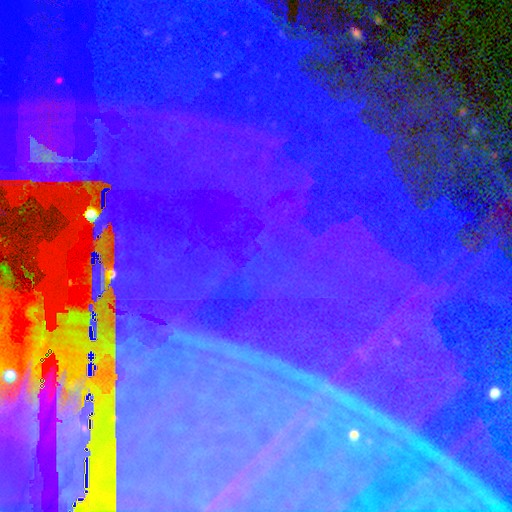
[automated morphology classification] The model was most divided on "smooth or featured": star or artifact: 82%, featured or disk: 11%, smooth: 7%.